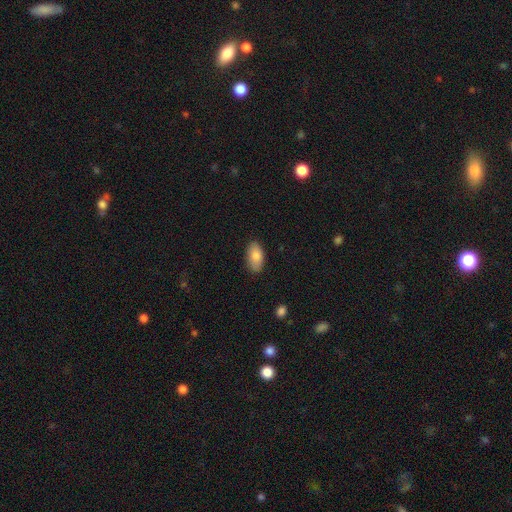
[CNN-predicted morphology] type=smooth (84%); roundness=in between (93%); merging=none (85%).